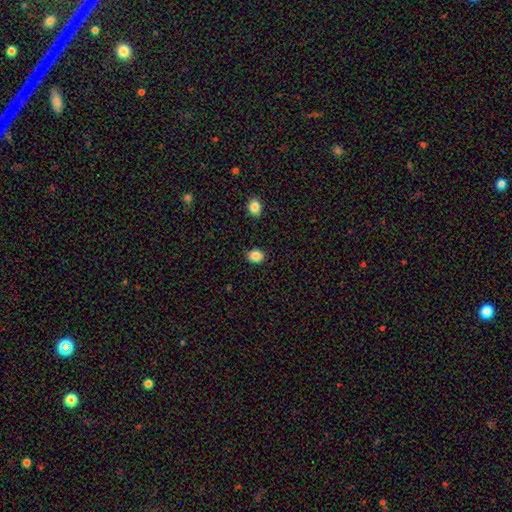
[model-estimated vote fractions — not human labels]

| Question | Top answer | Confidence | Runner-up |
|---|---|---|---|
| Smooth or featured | smooth | 87% | star or artifact (9%) |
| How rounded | round | 58% | in between (41%) |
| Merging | none | 88% | minor disturbance (8%) |